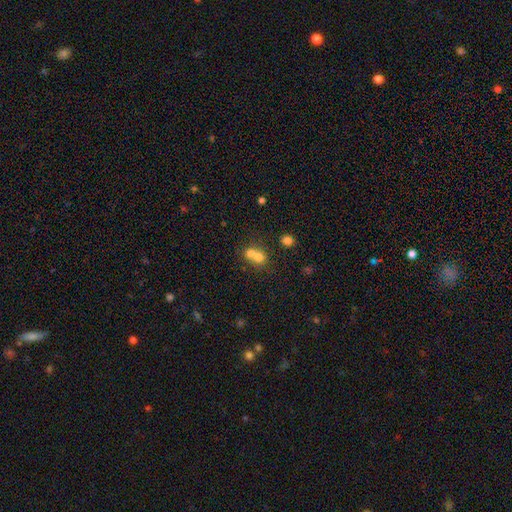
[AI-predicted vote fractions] smooth_or_featured: smooth (p=0.70) [alt: featured or disk p=0.17]
how_rounded: round (p=0.72) [alt: in between p=0.27]
merging: merger (p=0.68) [alt: none p=0.25]